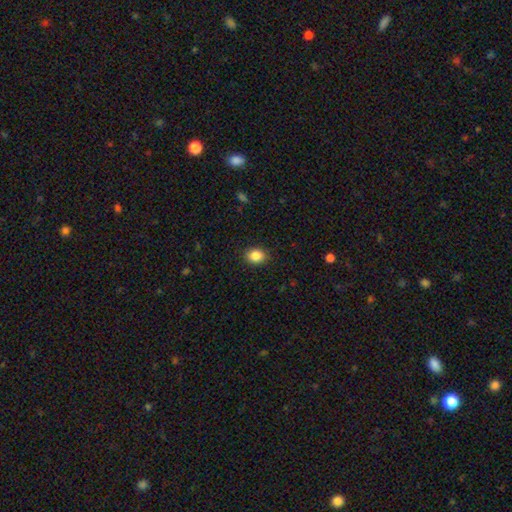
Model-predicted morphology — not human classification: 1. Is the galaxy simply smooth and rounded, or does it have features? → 86% smooth, 9% star or artifact, 4% featured or disk.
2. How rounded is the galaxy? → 52% in between, 47% round, 1% cigar-shaped.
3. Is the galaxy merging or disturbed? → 88% none, 8% minor disturbance, 2% major disturbance, 1% merger.